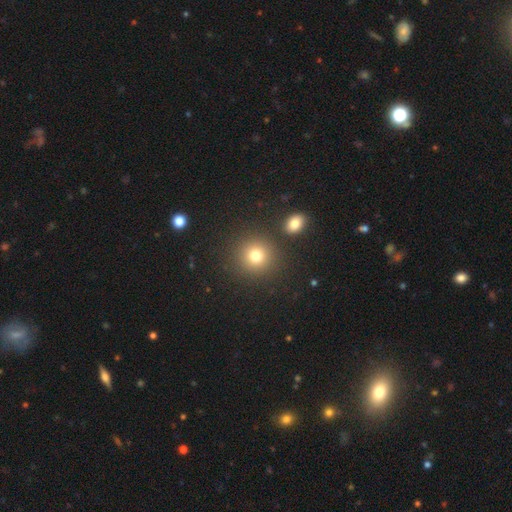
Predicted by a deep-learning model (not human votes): Smooth or featured?
  - smooth: 77% *
  - star or artifact: 15%
  - featured or disk: 8%
How rounded?
  - round: 91% *
  - in between: 8%
  - cigar-shaped: 1%
Merging?
  - none: 86% *
  - minor disturbance: 6%
  - merger: 5%
  - major disturbance: 3%